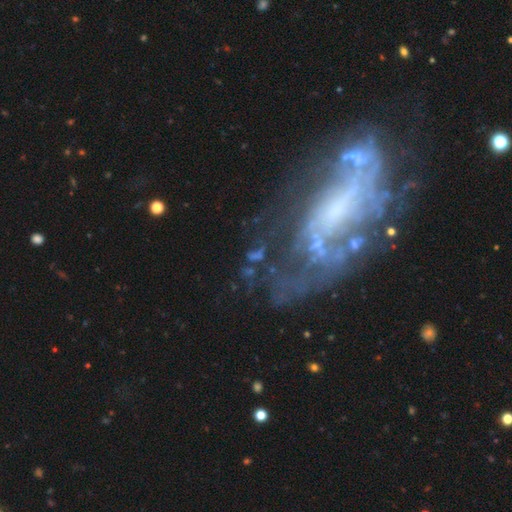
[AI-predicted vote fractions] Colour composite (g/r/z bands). It shows a featured or disk galaxy (64%) with no bar (63%), spiral arms (55%) and no central bulge (39%). Merging: none (40%).